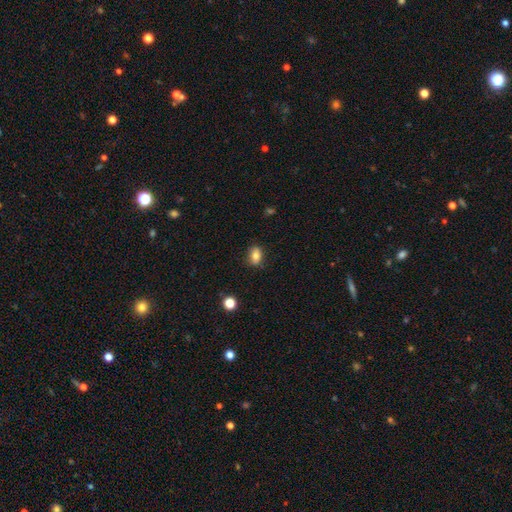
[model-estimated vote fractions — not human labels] Smooth or featured? smooth (80%)
How rounded? in between (73%)
Merging? none (83%)